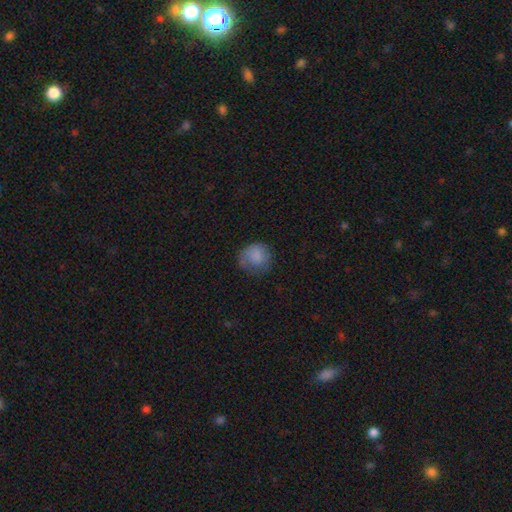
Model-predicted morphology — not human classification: Q: Smooth or featured?
A: smooth (80%); runner-up: featured or disk (12%)
Q: How rounded?
A: round (85%); runner-up: in between (14%)
Q: Merging?
A: none (58%); runner-up: minor disturbance (25%)